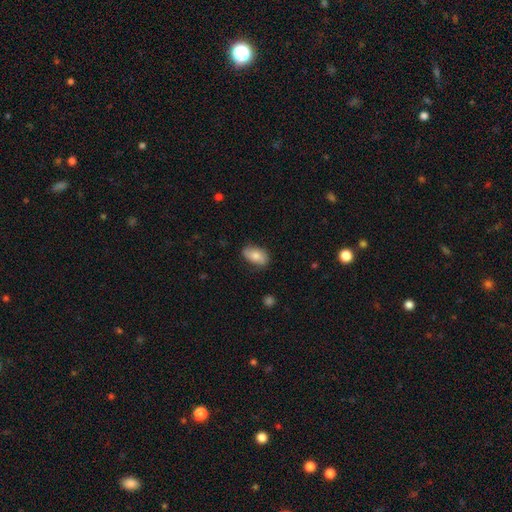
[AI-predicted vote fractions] Q: Smooth or featured?
A: smooth (77%); runner-up: featured or disk (17%)
Q: How rounded?
A: in between (92%); runner-up: round (5%)
Q: Merging?
A: none (77%); runner-up: minor disturbance (19%)